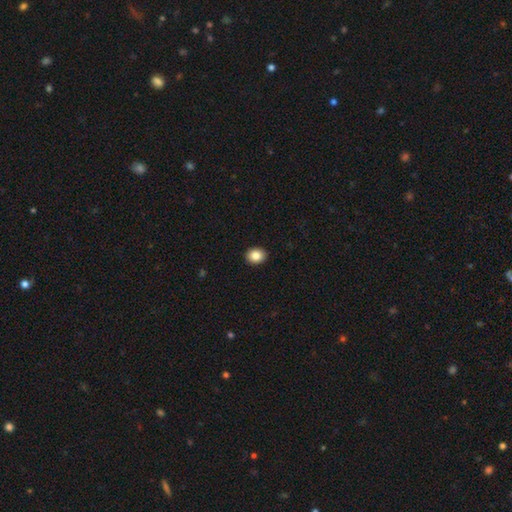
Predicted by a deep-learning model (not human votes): Smooth or featured? smooth (86%)
How rounded? round (56%)
Merging? none (92%)